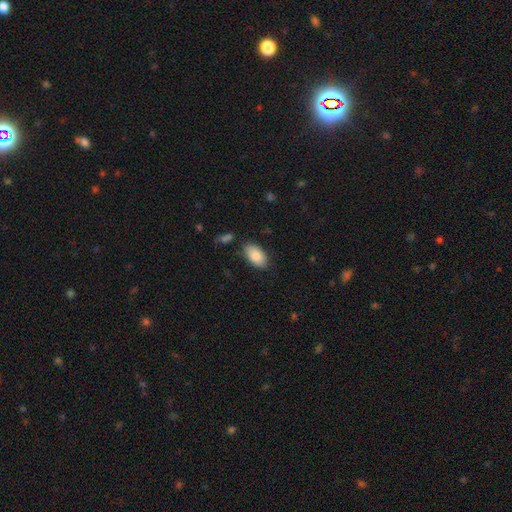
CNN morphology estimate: smooth 87%, featured or disk 7%, star or artifact 6%. Down the decision tree: how rounded — in between (94%); merging — none (83%).